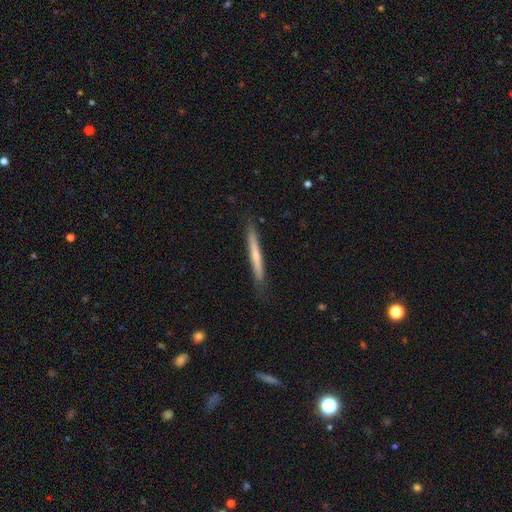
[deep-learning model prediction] Smooth or featured: smooth — 54% (featured or disk — 41%)
How rounded: cigar-shaped — 97% (in between — 2%)
Merging: none — 85% (minor disturbance — 12%)